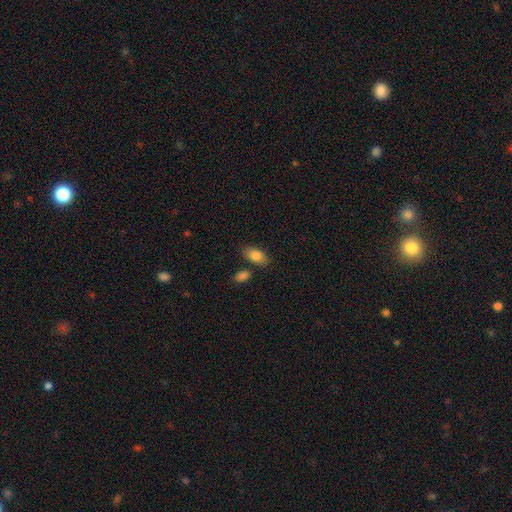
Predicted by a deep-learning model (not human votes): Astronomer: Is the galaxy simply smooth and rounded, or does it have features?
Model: smooth — 85%.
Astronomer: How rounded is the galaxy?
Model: in between — 91%.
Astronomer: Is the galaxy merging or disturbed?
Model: none — 76%.